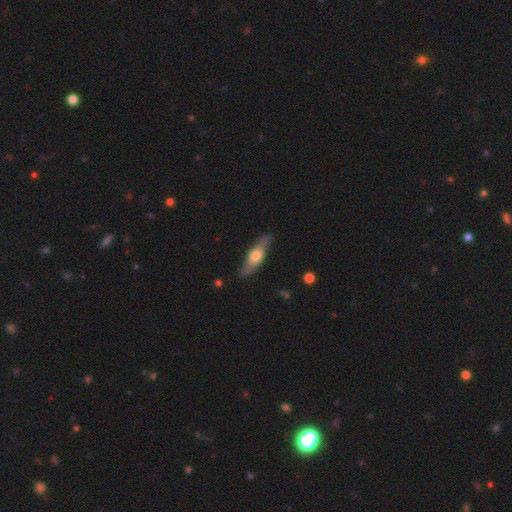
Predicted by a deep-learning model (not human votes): The model was most divided on "smooth or featured" (2-way tie): featured or disk: 47%, smooth: 47%, star or artifact: 5%. More confident: merging — none (82%).